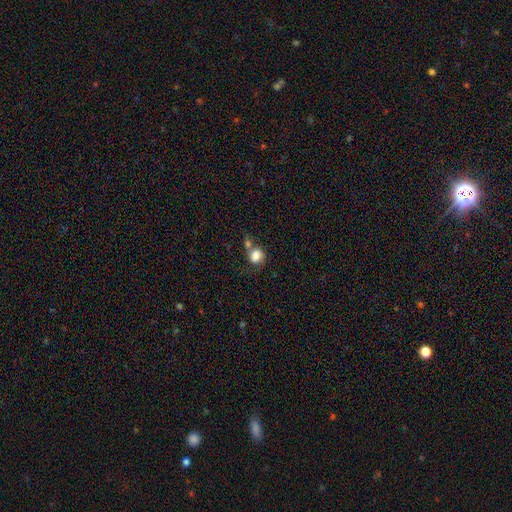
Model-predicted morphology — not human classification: type=smooth (75%); roundness=round (69%); merging=merger (37%).